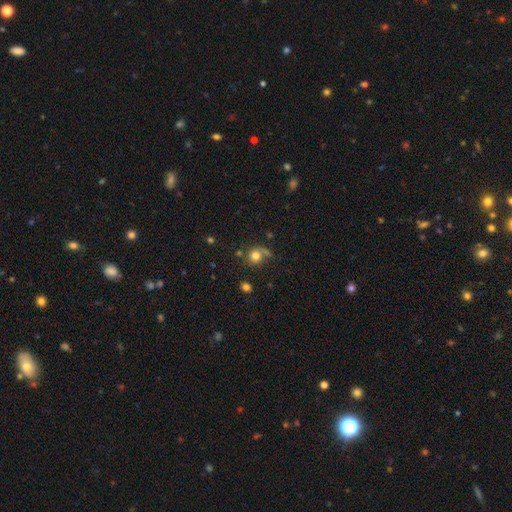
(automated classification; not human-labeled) A smooth galaxy with no disk features (77%) that is round (86%).

Vote fractions:
- Smooth or featured? smooth: 77% / star or artifact: 13% / featured or disk: 10%
- How rounded? round: 86% / in between: 13% / cigar-shaped: 1%
- Merging? none: 61% / minor disturbance: 17% / merger: 13% / major disturbance: 9%